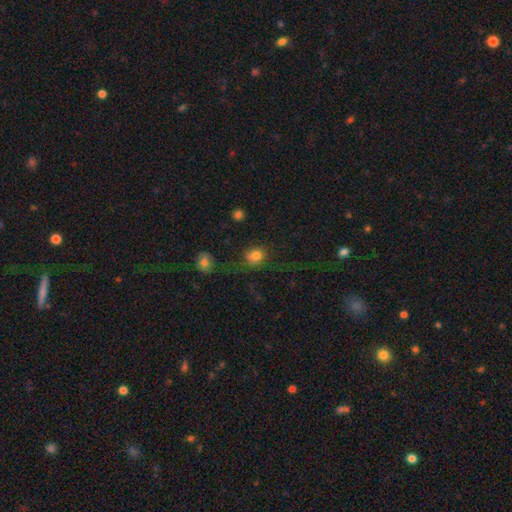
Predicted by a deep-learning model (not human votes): This appears to be a smooth galaxy with no disk features (81%) that is round (73%). Merging: none (72%).